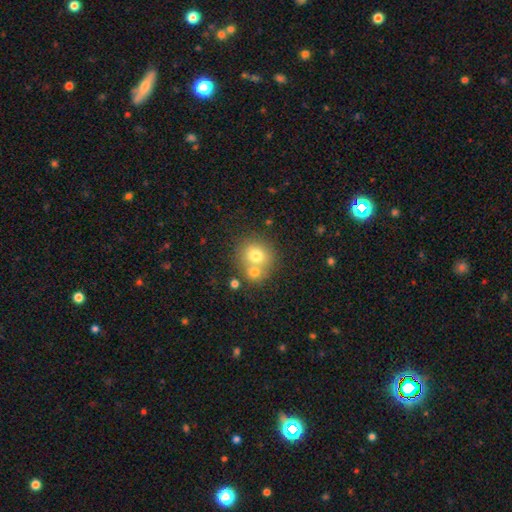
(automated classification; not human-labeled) This is likely a smooth galaxy (72%). How rounded: clearly round (85%). Merging: possibly none (46%).